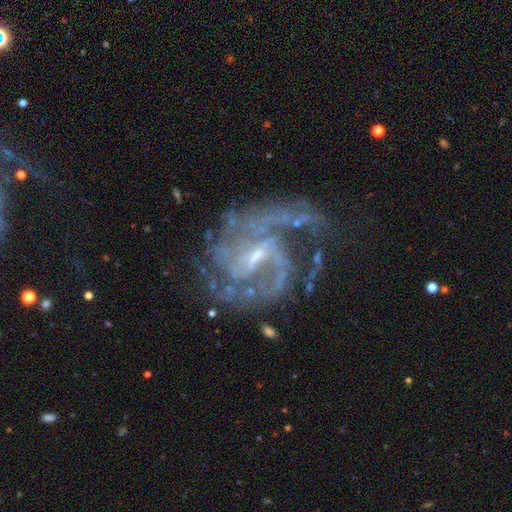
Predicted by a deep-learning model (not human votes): This is clearly a featured or disk galaxy (90%). It is clearly not viewed edge-on (98%). Bar: possibly weak (56%). Spiral arm pattern: clearly yes (96%). Spiral arm count: marginally 2 (43%). Spiral winding: possibly medium (51%). Central bulge: likely small (71%). Merging: possibly none (55%).